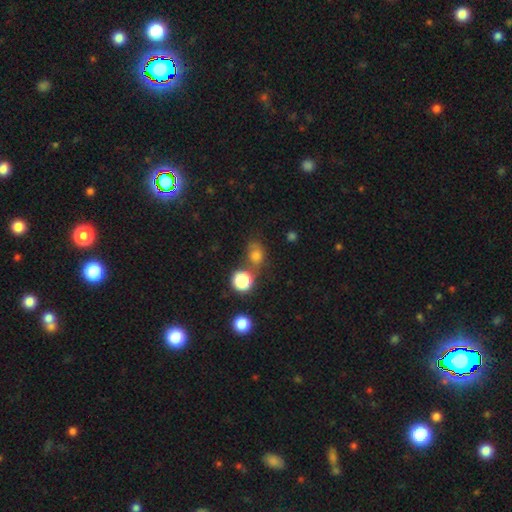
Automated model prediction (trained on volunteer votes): Overall: smooth (75%). How rounded: round (62%; in between 37%). Merging: none (46%; merger 29%).